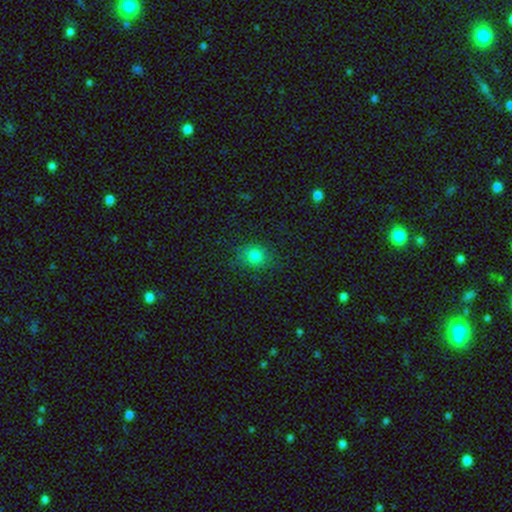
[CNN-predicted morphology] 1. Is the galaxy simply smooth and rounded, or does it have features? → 80% smooth, 14% star or artifact, 6% featured or disk.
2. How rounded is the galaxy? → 80% round, 19% in between, 1% cigar-shaped.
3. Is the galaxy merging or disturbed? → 84% none, 11% minor disturbance, 4% major disturbance, 1% merger.